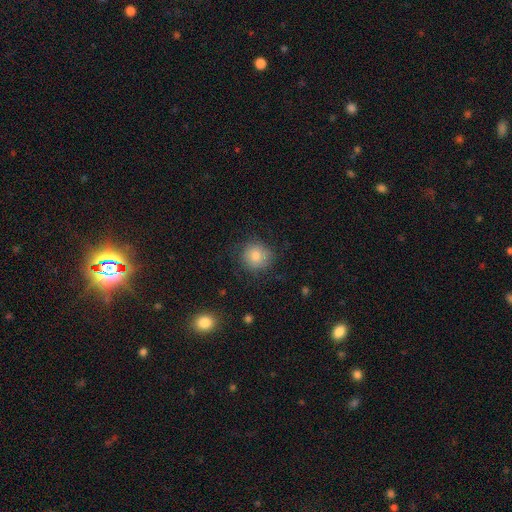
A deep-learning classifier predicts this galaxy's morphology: smooth-or-featured: smooth: 79% | star or artifact: 11% | featured or disk: 10%
  how-rounded: round: 91% | in between: 8% | cigar-shaped: 1%
  merging: none: 82% | minor disturbance: 13% | major disturbance: 4% | merger: 1%